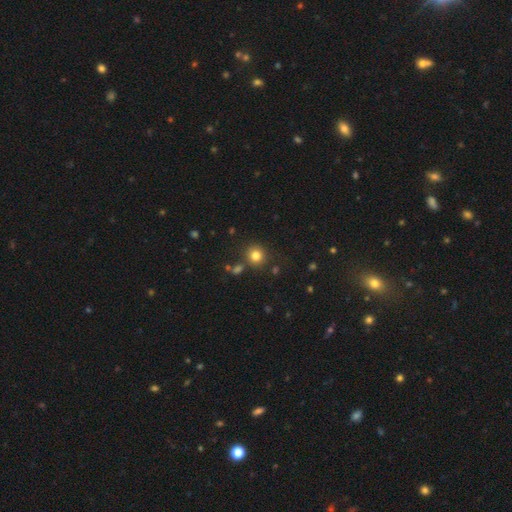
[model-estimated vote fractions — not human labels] Smooth or featured: smooth — 80% (star or artifact — 14%)
How rounded: round — 89% (in between — 10%)
Merging: none — 83% (minor disturbance — 8%)